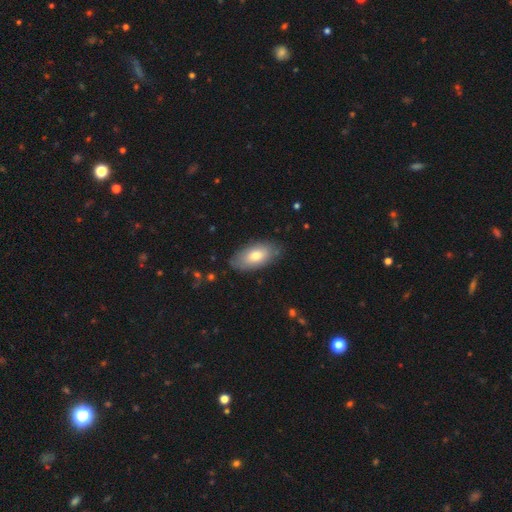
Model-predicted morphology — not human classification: type=smooth (74%); roundness=in between (92%); merging=none (81%).